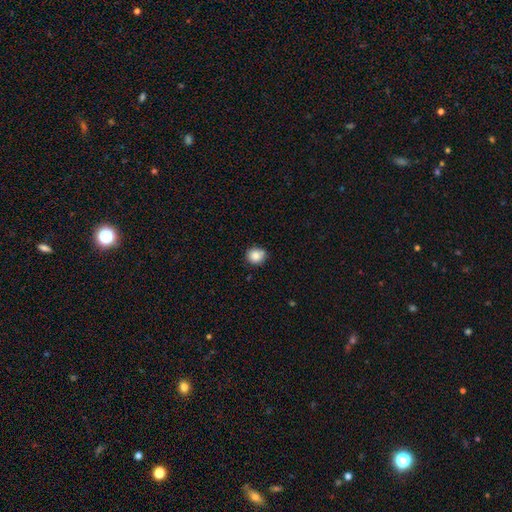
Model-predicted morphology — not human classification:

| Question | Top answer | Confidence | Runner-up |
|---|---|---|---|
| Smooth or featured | smooth | 84% | star or artifact (10%) |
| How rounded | round | 86% | in between (14%) |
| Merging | none | 75% | minor disturbance (18%) |